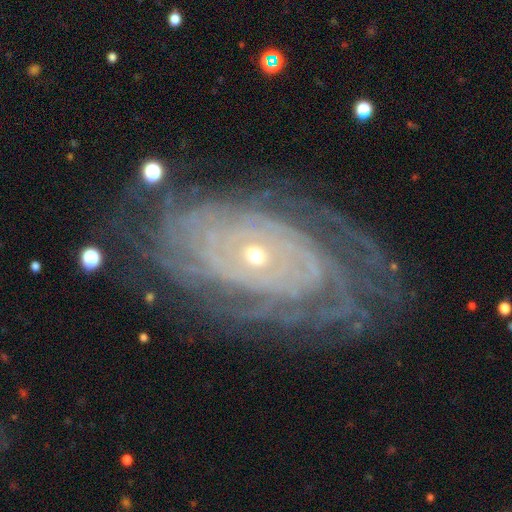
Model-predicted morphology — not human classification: This is clearly a featured or disk galaxy (89%). It is clearly not viewed edge-on (95%). Bar: likely no (79%). Spiral arm pattern: clearly yes (96%). Spiral arm count: marginally can't tell (27%). Spiral winding: clearly tight (83%). Central bulge: likely small (70%). Merging: likely none (71%).